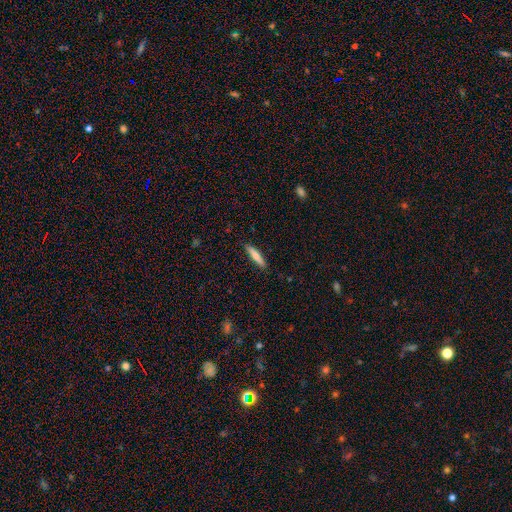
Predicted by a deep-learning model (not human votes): Overall: smooth (70%). How rounded: cigar-shaped (86%). Merging: none (90%).